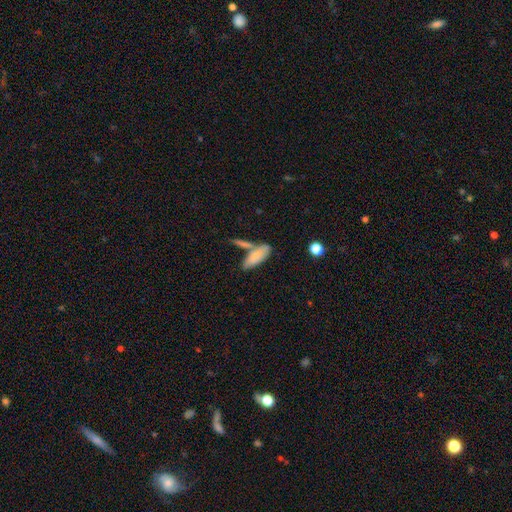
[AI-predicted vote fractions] This appears to be a smooth galaxy with no disk features (75%) that is in between round and cigar-shaped (67%). Merging: none (50%).